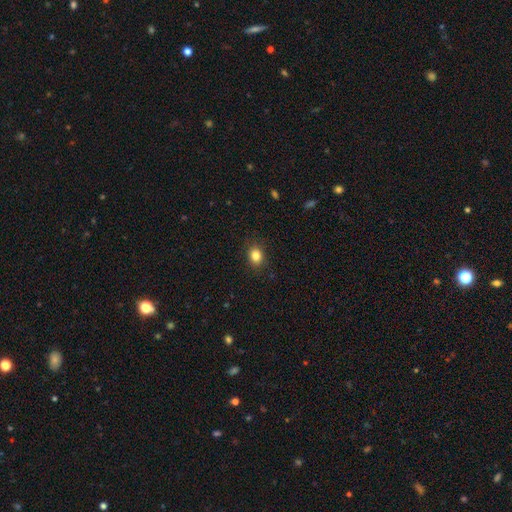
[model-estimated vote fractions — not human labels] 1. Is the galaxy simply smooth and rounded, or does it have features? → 84% smooth, 11% star or artifact, 6% featured or disk.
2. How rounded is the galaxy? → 52% round, 47% in between, 1% cigar-shaped.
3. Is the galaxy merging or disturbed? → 87% none, 9% minor disturbance, 3% major disturbance, 1% merger.